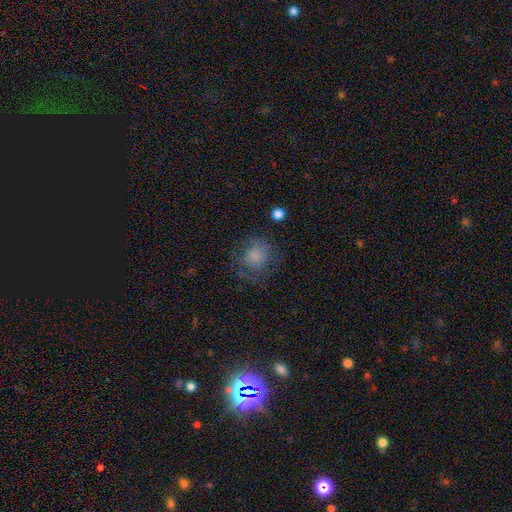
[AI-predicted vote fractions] smooth_or_featured: smooth (p=0.66) [alt: featured or disk p=0.23]
how_rounded: round (p=0.78) [alt: in between p=0.21]
merging: none (p=0.57) [alt: minor disturbance p=0.21]